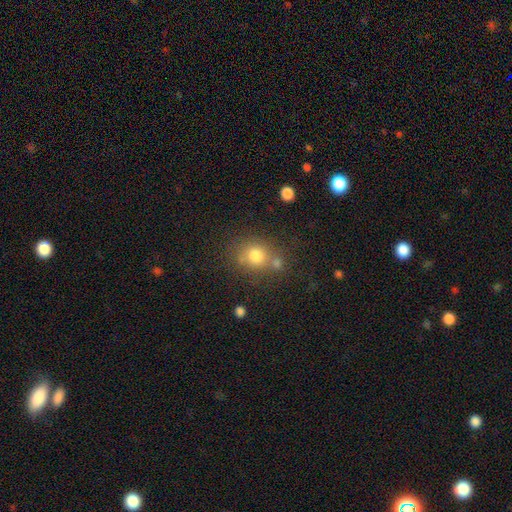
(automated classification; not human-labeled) Smooth or featured: smooth — 77% (star or artifact — 13%)
How rounded: round — 77% (in between — 22%)
Merging: none — 60% (merger — 22%)